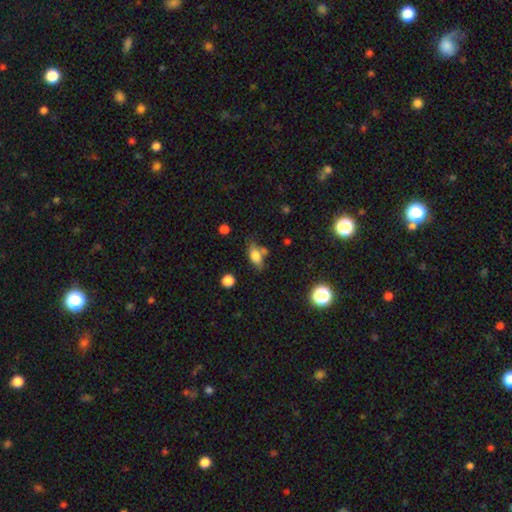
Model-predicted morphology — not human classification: A smooth galaxy with no disk features (74%) that is in between round and cigar-shaped (82%). Merging: none (63%).